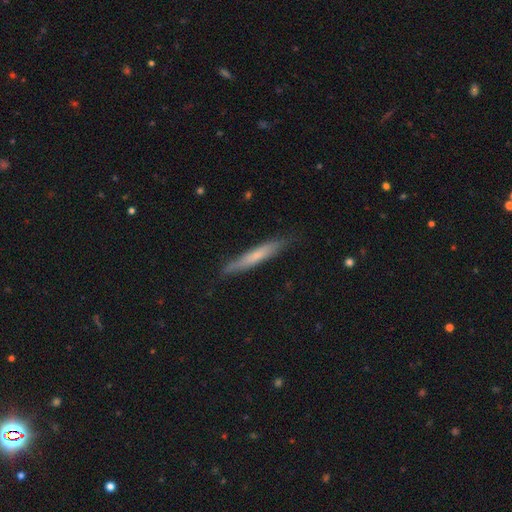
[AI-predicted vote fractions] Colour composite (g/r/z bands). It shows a smooth galaxy with no disk features (58%) that is cigar-shaped (94%). Merging: none (83%).